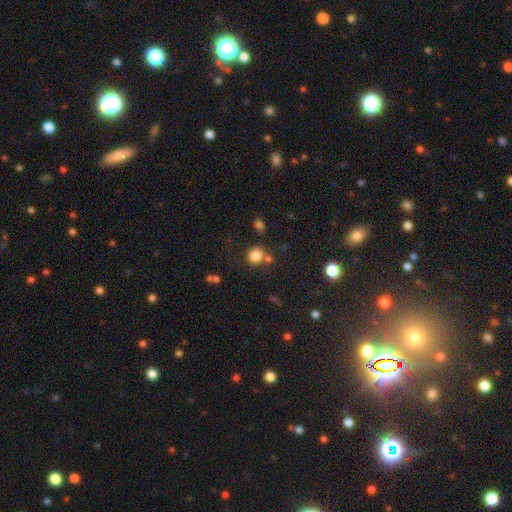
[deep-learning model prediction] This appears to be a smooth galaxy with no disk features (82%) that is round (80%). Merging: none (69%).